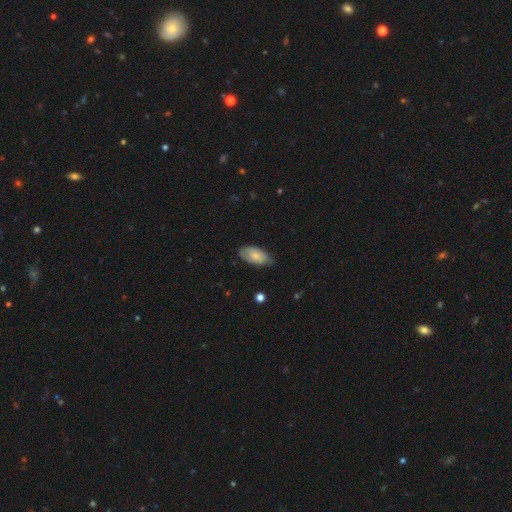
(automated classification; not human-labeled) smooth-or-featured: smooth: 77% | featured or disk: 17% | star or artifact: 6%
  how-rounded: in between: 94% | cigar-shaped: 3% | round: 3%
  merging: none: 65% | minor disturbance: 29% | major disturbance: 4% | merger: 1%